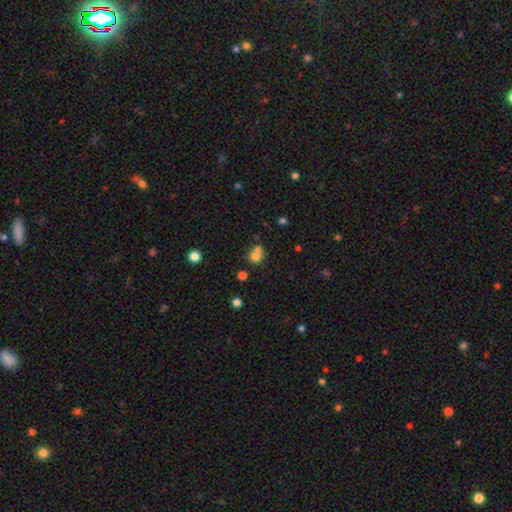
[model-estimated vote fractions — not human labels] Smooth or featured?
  - smooth: 74% *
  - star or artifact: 14%
  - featured or disk: 13%
How rounded?
  - round: 77% *
  - in between: 22%
  - cigar-shaped: 1%
Merging?
  - merger: 47% *
  - none: 39%
  - minor disturbance: 10%
  - major disturbance: 4%